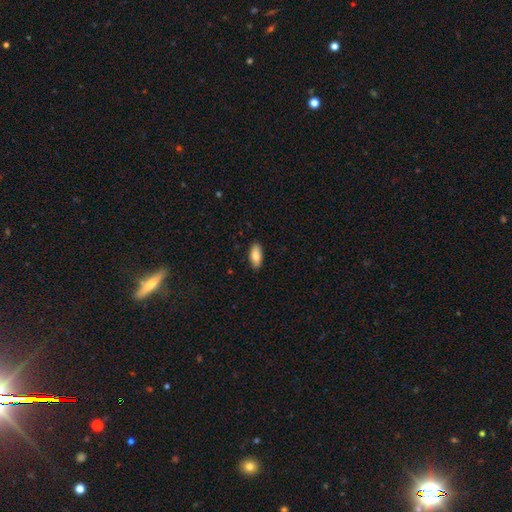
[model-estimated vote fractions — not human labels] Smooth or featured?
  - smooth: 82% *
  - featured or disk: 12%
  - star or artifact: 6%
How rounded?
  - in between: 86% *
  - cigar-shaped: 12%
  - round: 2%
Merging?
  - none: 88% *
  - minor disturbance: 9%
  - major disturbance: 2%
  - merger: 1%